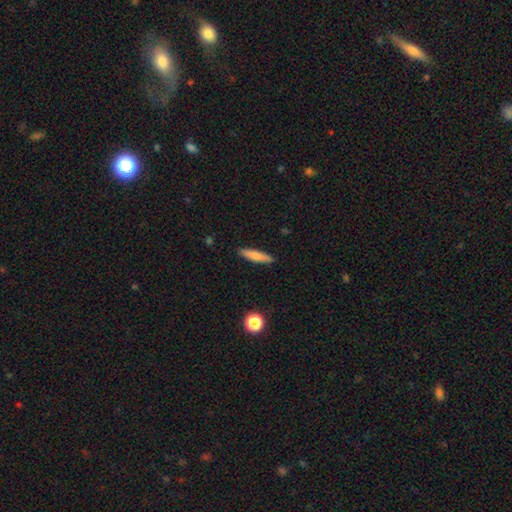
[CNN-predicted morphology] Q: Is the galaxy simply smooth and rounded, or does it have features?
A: smooth — 73%.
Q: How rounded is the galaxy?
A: cigar-shaped — 84%.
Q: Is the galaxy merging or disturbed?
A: none — 90%.